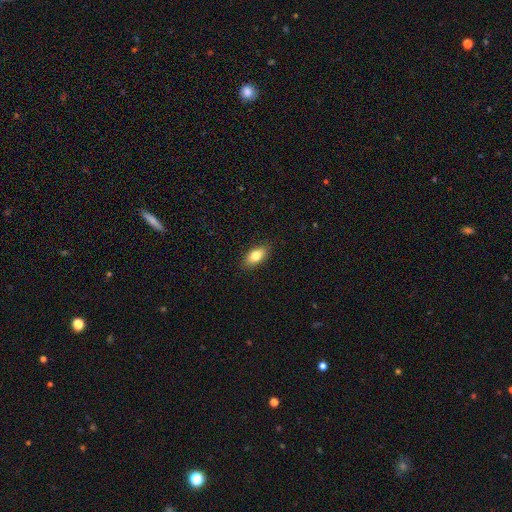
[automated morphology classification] smooth_or_featured: smooth (p=0.81) [alt: featured or disk p=0.12]
how_rounded: in between (p=0.89) [alt: cigar-shaped p=0.06]
merging: none (p=0.87) [alt: minor disturbance p=0.10]